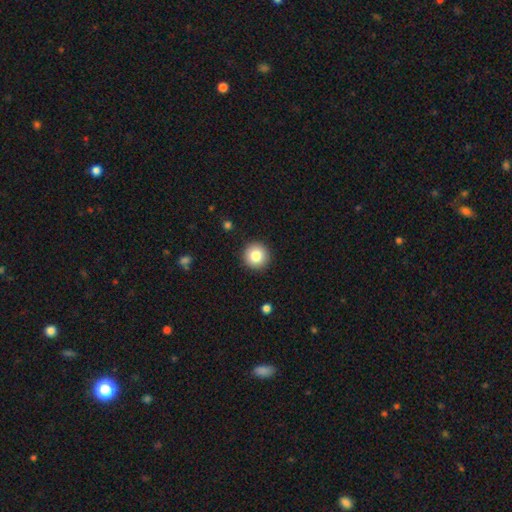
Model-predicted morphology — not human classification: A smooth galaxy with no disk features (83%) that is round (95%).

Vote fractions:
- Smooth or featured? smooth: 83% / star or artifact: 9% / featured or disk: 8%
- How rounded? round: 95% / in between: 4% / cigar-shaped: 1%
- Merging? none: 92% / minor disturbance: 5% / major disturbance: 2% / merger: 1%